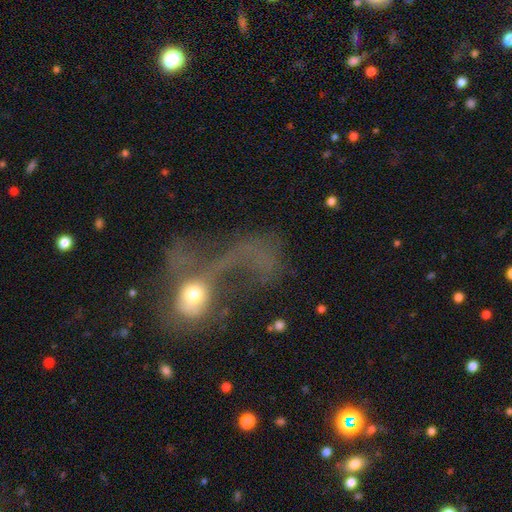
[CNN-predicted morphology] Overall: featured or disk (41%; smooth 40%). Merging: major disturbance (53%; merger 23%).